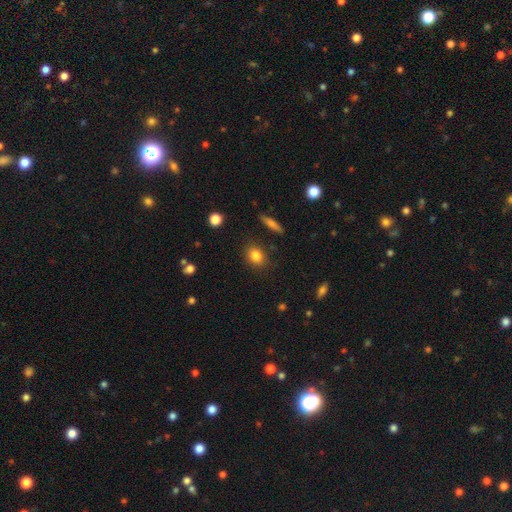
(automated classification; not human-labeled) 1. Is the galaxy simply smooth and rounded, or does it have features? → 83% smooth, 10% star or artifact, 7% featured or disk.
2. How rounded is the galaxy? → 51% in between, 46% round, 3% cigar-shaped.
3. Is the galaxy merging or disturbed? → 85% none, 10% minor disturbance, 3% major disturbance, 2% merger.